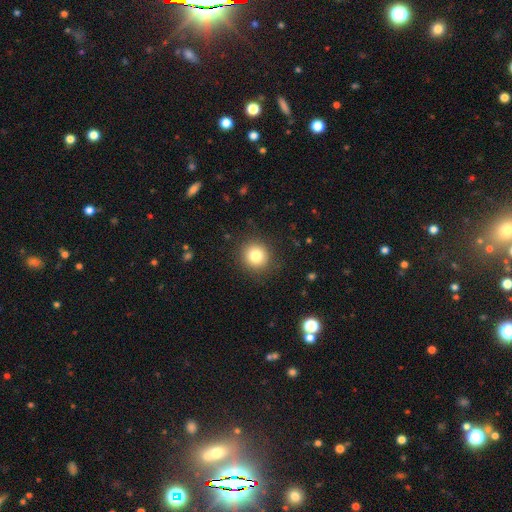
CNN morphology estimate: smooth_or_featured: smooth (p=0.81) [alt: star or artifact p=0.11]
how_rounded: round (p=0.90) [alt: in between p=0.09]
merging: none (p=0.89) [alt: minor disturbance p=0.07]